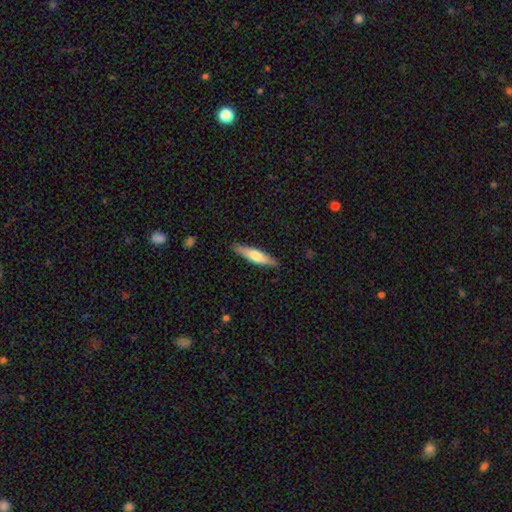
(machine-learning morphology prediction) Smooth or featured? Predicted: smooth (p=0.61). How rounded? Predicted: cigar-shaped (p=0.79). Merging? Predicted: none (p=0.88).